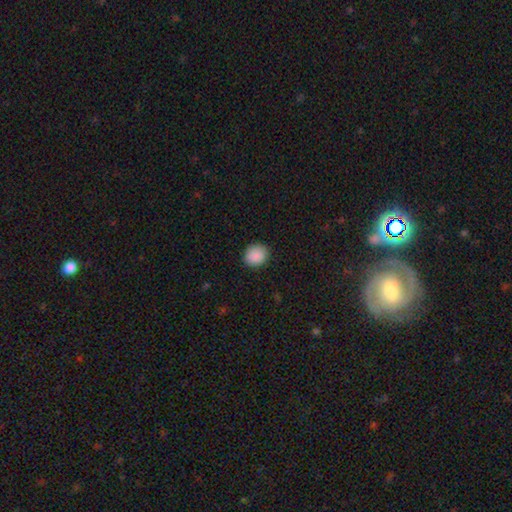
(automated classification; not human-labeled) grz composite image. It shows a smooth galaxy with no disk features (90%) that is round (77%). Merging: none (89%).